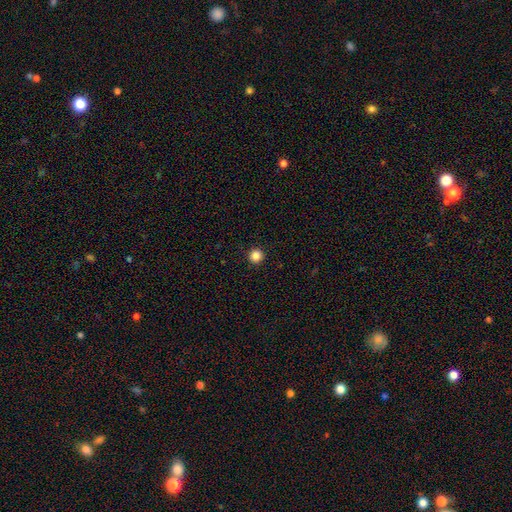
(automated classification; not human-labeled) Smooth or featured? Predicted: smooth (p=0.86). How rounded? Predicted: round (p=0.96). Merging? Predicted: none (p=0.94).